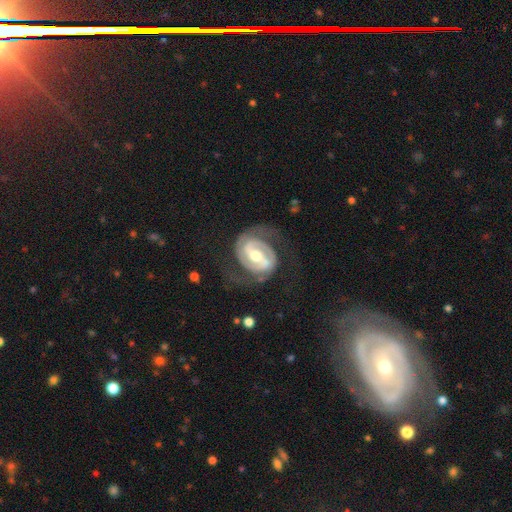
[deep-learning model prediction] Morphology: type=featured or disk (90%); edge-on=no (98%); bar=strong (44%); spiral arms=yes (96%); winding=medium (44%); arm count=2 (90%); bulge=moderate (67%); merging=none (67%).